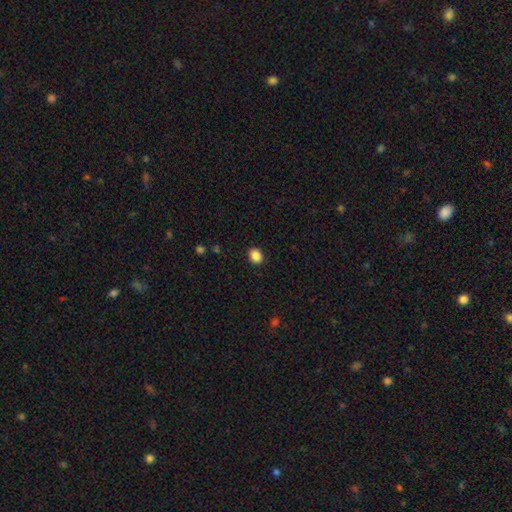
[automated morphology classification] Smooth or featured?
  - smooth: 87% *
  - star or artifact: 9%
  - featured or disk: 3%
How rounded?
  - round: 58% *
  - in between: 41%
  - cigar-shaped: 1%
Merging?
  - none: 91% *
  - minor disturbance: 7%
  - major disturbance: 2%
  - merger: 1%